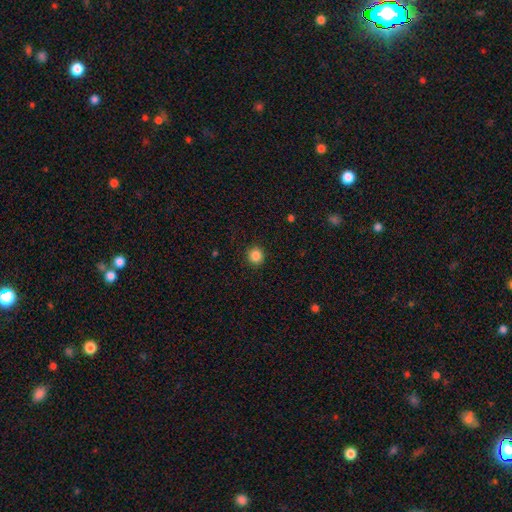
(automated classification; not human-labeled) This appears to be a smooth galaxy with no disk features (86%) that is round (93%). Merging: none (91%).